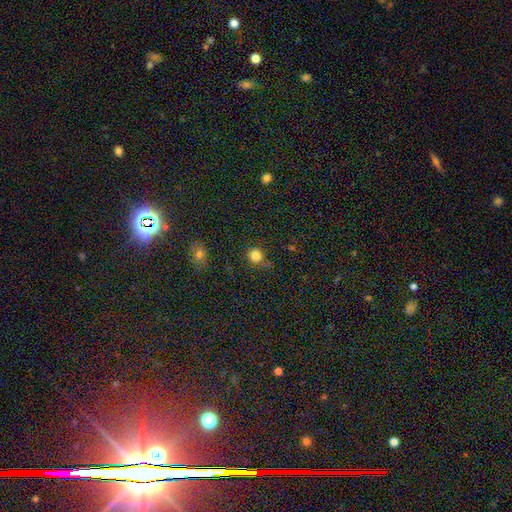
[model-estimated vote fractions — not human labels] A smooth galaxy with no disk features (82%) that is round (88%).

Vote fractions:
- Smooth or featured? smooth: 82% / star or artifact: 13% / featured or disk: 5%
- How rounded? round: 88% / in between: 11% / cigar-shaped: 1%
- Merging? none: 80% / minor disturbance: 12% / merger: 4% / major disturbance: 4%